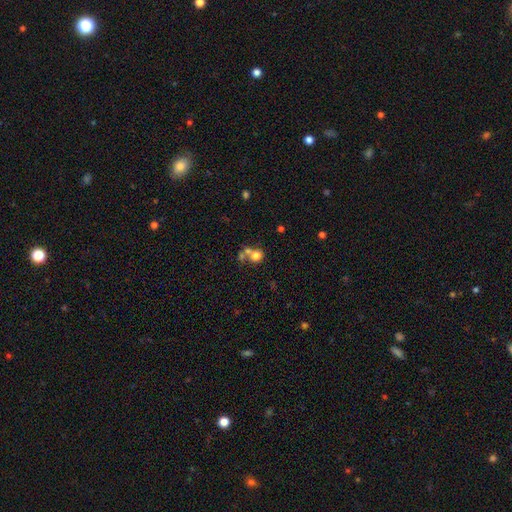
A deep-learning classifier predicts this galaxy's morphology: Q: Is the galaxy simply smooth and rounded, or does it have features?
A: smooth — 72%.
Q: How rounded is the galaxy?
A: round — 83%.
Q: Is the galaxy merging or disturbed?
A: merger — 44%.